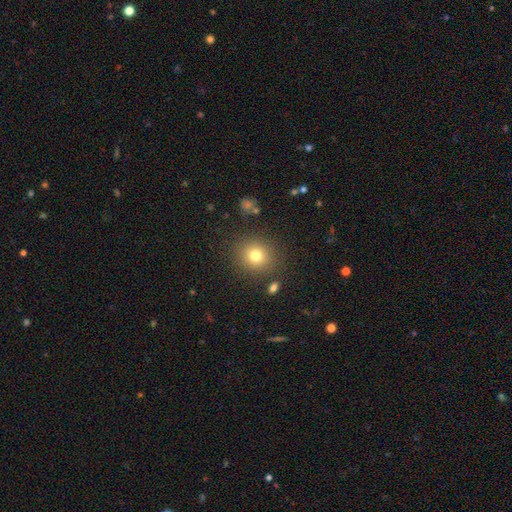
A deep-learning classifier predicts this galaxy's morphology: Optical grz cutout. It shows a smooth galaxy with no disk features (77%) that is round (83%). Merging: none (85%).